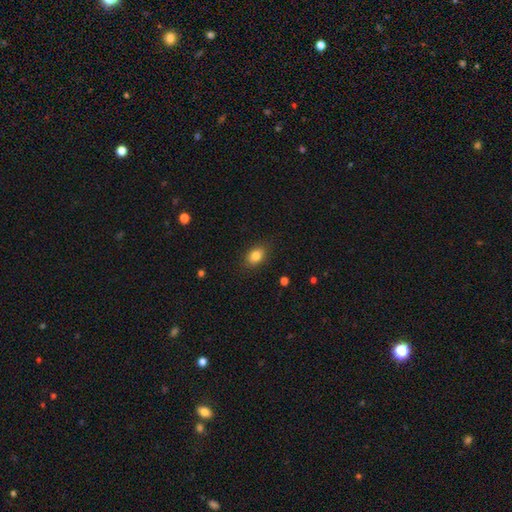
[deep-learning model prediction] smooth-or-featured: smooth: 83% | star or artifact: 9% | featured or disk: 8%
  how-rounded: in between: 76% | round: 22% | cigar-shaped: 2%
  merging: none: 85% | minor disturbance: 11% | major disturbance: 3% | merger: 1%